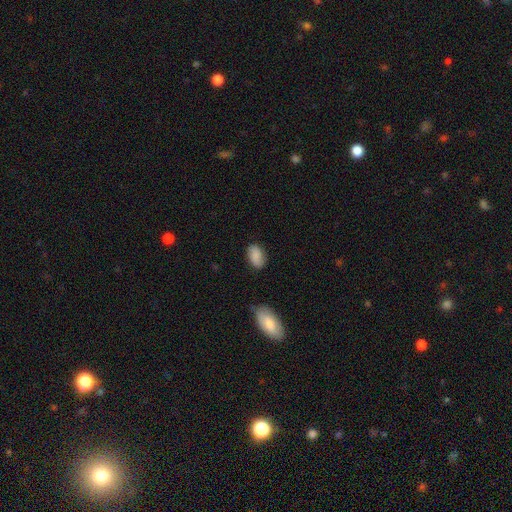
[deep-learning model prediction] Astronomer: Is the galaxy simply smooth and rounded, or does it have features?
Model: smooth — 81%.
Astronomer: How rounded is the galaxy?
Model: in between — 91%.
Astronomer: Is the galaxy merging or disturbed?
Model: none — 77%.